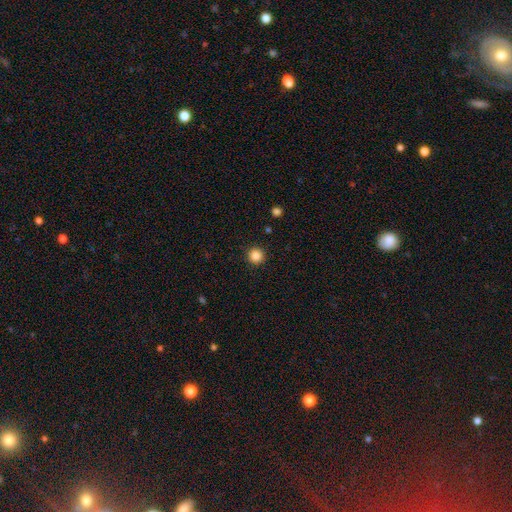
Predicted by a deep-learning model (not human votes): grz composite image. It shows a smooth galaxy with no disk features (86%) that is round (96%). Merging: none (92%).